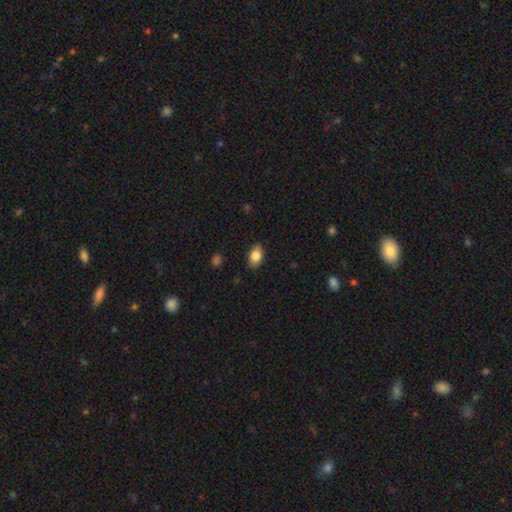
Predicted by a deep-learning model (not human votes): smooth 85%, star or artifact 8%, featured or disk 7%. Down the decision tree: how rounded — in between (86%); merging — none (86%).